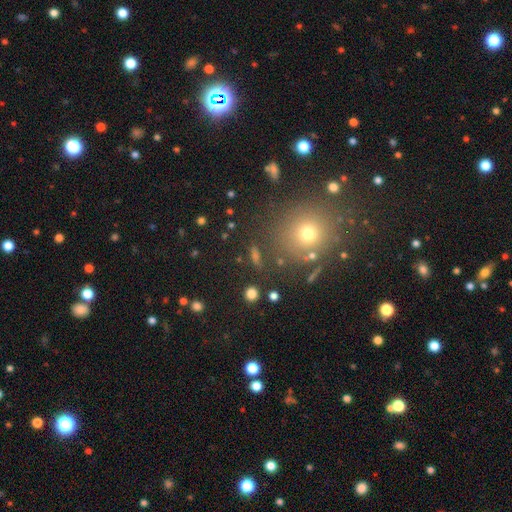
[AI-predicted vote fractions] Q: Smooth or featured?
A: smooth (49%); runner-up: star or artifact (38%)
Q: Merging?
A: none (82%); runner-up: minor disturbance (9%)